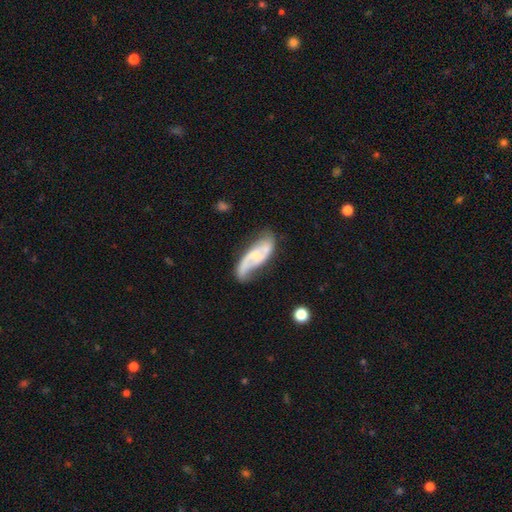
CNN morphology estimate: A featured or disk galaxy (75%) with no bar (48%), 2 (82%) loose (42%) spiral arms (92%) and a small central bulge (54%). Merging: none (57%).